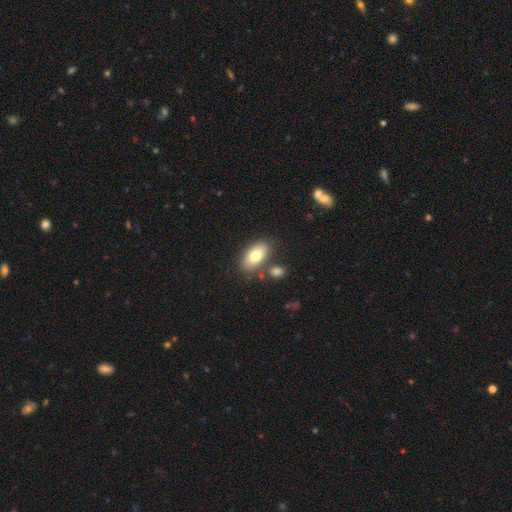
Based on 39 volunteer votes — Smooth or featured? smooth (74%)
How rounded? in between (93%)
Merging? none (87%)